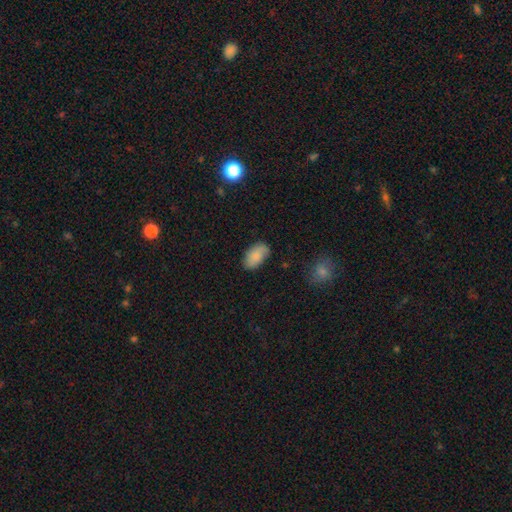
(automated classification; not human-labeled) A smooth galaxy with no disk features (84%) that is in between round and cigar-shaped (94%). Merging: none (77%).